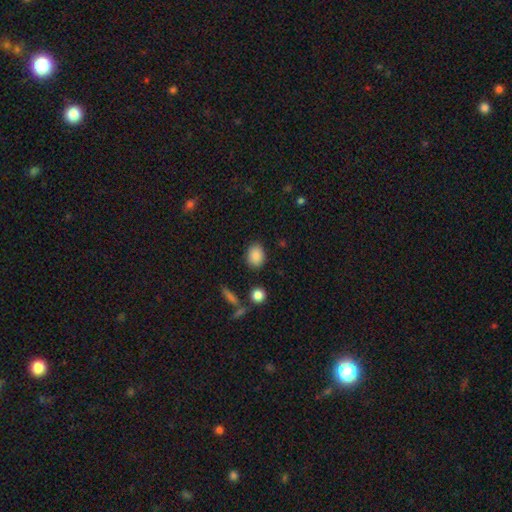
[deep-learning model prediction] Smooth or featured?
  - smooth: 87% *
  - star or artifact: 8%
  - featured or disk: 5%
How rounded?
  - in between: 65% *
  - round: 33%
  - cigar-shaped: 1%
Merging?
  - none: 84% *
  - minor disturbance: 10%
  - major disturbance: 3%
  - merger: 3%